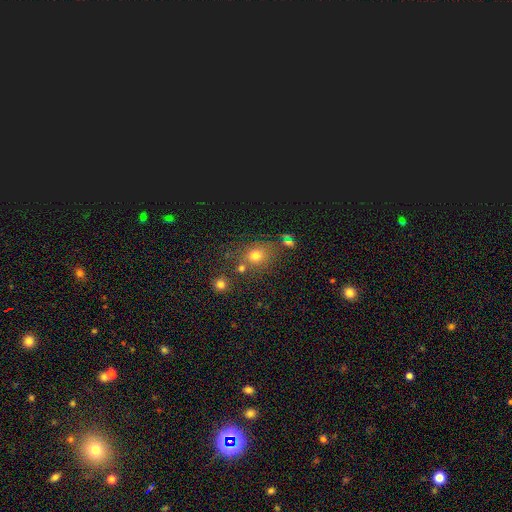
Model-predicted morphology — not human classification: smooth 69%, star or artifact 21%, featured or disk 11%. Down the decision tree: how rounded — round (65%); merging — none (69%).